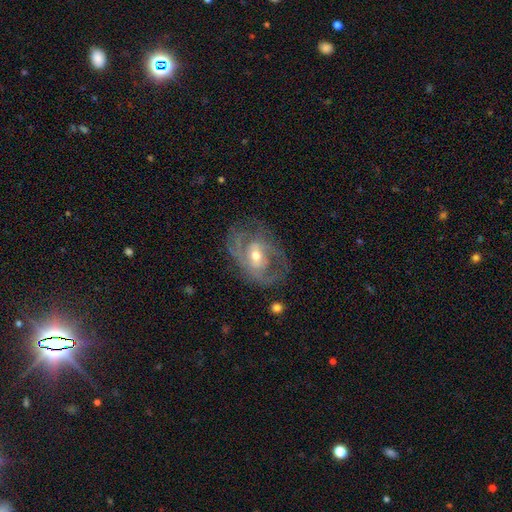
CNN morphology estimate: Overall: featured or disk (83%). Edge-on disk: no (96%). Bar: no (42%; weak 40%). Spiral arms: yes (86%). Spiral arm count: 2 (43%; can't tell 28%). Spiral winding: tight (47%; medium 40%). Bulge size: moderate (58%; small 38%). Merging: none (65%).